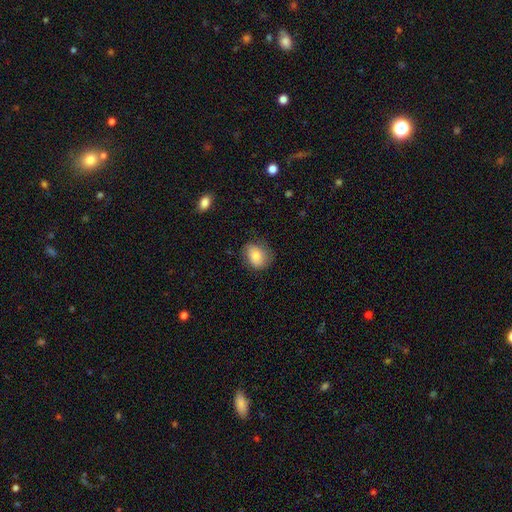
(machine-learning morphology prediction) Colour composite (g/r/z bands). It shows a smooth galaxy with no disk features (78%) that is in between round and cigar-shaped (51%). Merging: none (68%).